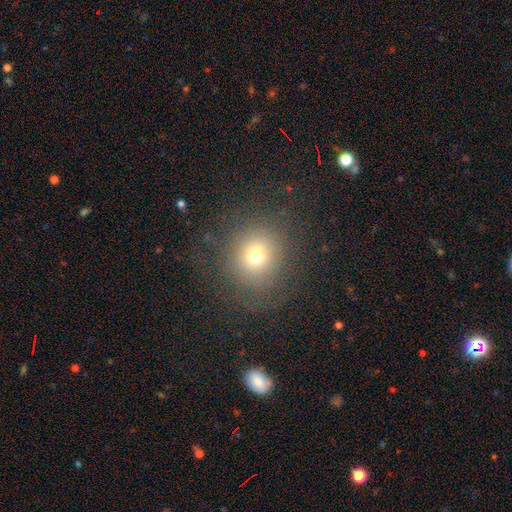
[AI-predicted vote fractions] Smooth or featured?
  - smooth: 69% *
  - star or artifact: 18%
  - featured or disk: 13%
How rounded?
  - round: 84% *
  - in between: 15%
  - cigar-shaped: 1%
Merging?
  - none: 79% *
  - minor disturbance: 11%
  - major disturbance: 9%
  - merger: 1%